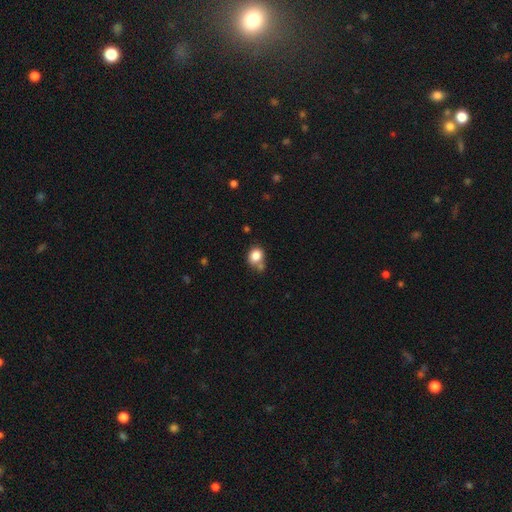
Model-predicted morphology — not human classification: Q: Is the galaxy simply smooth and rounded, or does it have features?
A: smooth — 83%.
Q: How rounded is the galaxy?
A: round — 62%.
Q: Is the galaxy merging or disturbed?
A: none — 60%.